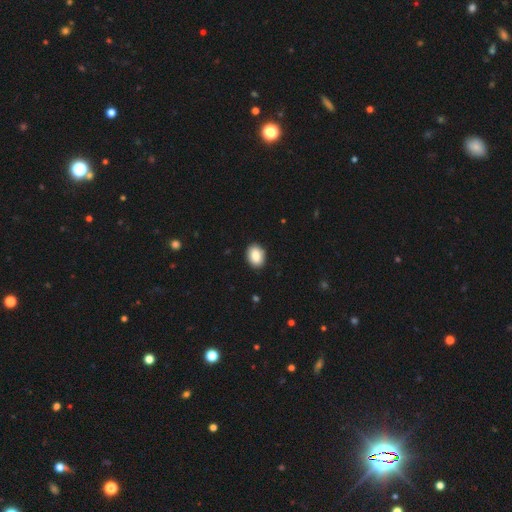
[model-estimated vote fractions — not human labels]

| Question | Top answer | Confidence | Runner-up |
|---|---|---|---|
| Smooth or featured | smooth | 87% | star or artifact (7%) |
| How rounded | in between | 71% | round (28%) |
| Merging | none | 90% | minor disturbance (8%) |